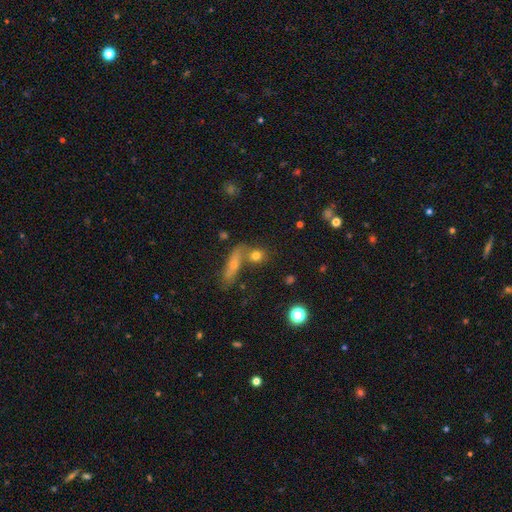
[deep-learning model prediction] Q: Smooth or featured?
A: smooth (72%); runner-up: featured or disk (14%)
Q: How rounded?
A: round (64%); runner-up: in between (26%)
Q: Merging?
A: none (57%); runner-up: merger (30%)